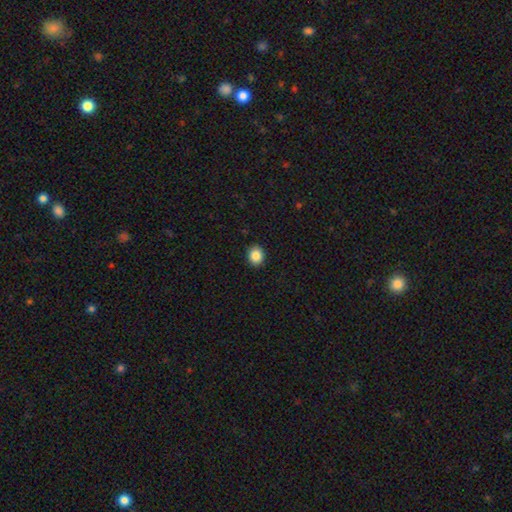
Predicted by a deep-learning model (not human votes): The model was most divided on "how rounded": round: 65%, in between: 34%, cigar-shaped: 1%. More confident: merging — none (92%); smooth or featured — smooth (87%).